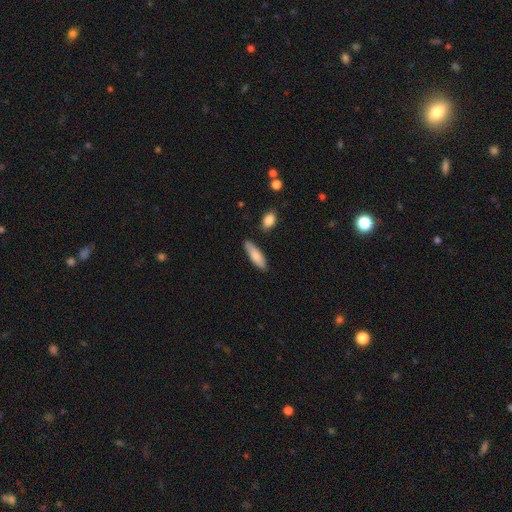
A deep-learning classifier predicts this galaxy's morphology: smooth 81%, featured or disk 13%, star or artifact 6%. Down the decision tree: how rounded — cigar-shaped (57%); merging — none (80%).